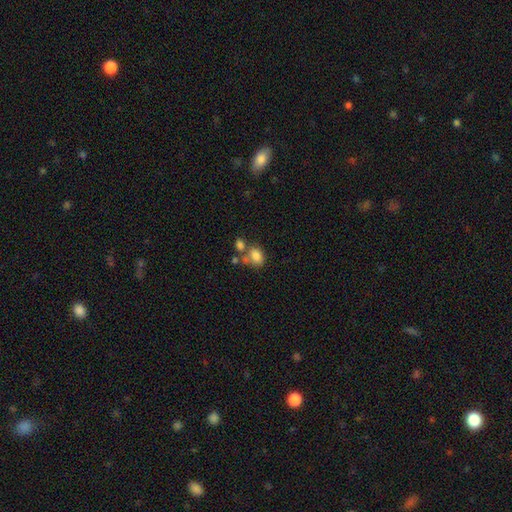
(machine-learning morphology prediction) This is likely a smooth galaxy (80%). How rounded: likely in between (71%). Merging: marginally none (42%).